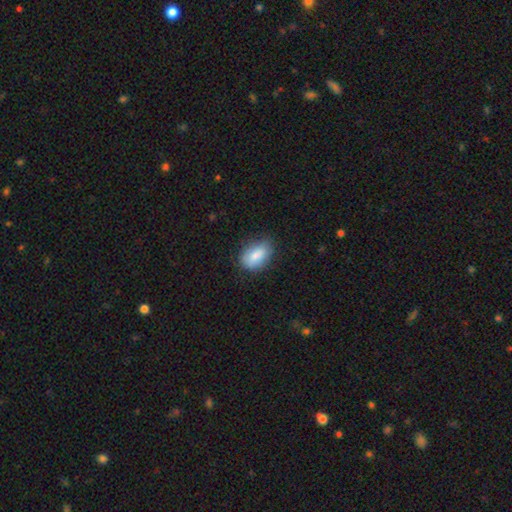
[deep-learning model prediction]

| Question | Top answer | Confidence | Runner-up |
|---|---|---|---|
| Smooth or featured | smooth | 84% | featured or disk (9%) |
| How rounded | in between | 88% | round (10%) |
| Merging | none | 75% | minor disturbance (20%) |